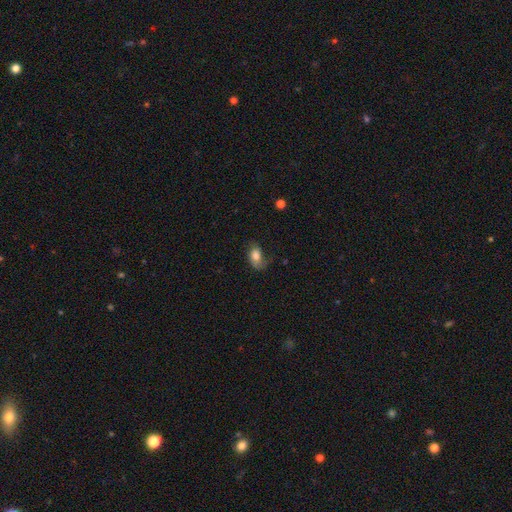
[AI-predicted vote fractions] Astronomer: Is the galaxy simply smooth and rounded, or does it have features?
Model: smooth — 68%.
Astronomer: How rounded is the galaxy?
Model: in between — 85%.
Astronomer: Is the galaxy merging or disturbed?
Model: none — 47% (runner-up: minor disturbance, 29%).